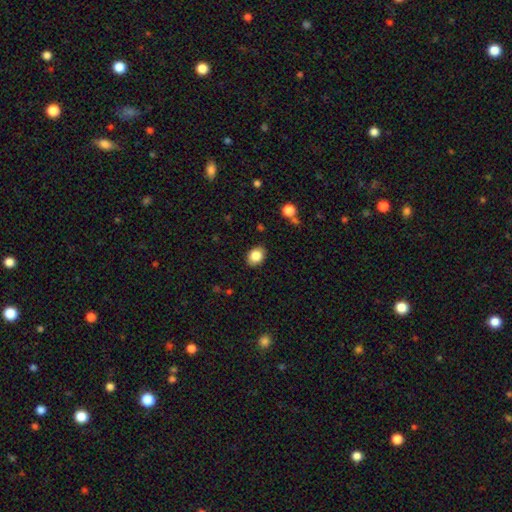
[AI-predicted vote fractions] A smooth galaxy with no disk features (84%) that is in between round and cigar-shaped (65%).

Vote fractions:
- Smooth or featured? smooth: 84% / star or artifact: 9% / featured or disk: 7%
- How rounded? in between: 65% / round: 34% / cigar-shaped: 1%
- Merging? none: 87% / minor disturbance: 10% / major disturbance: 2% / merger: 1%